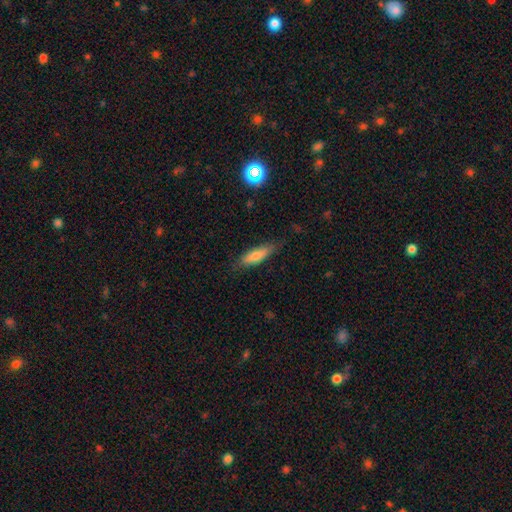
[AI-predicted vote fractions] smooth-or-featured: smooth: 68% | featured or disk: 24% | star or artifact: 8%
  how-rounded: cigar-shaped: 59% | in between: 38% | round: 2%
  merging: none: 79% | minor disturbance: 17% | major disturbance: 3% | merger: 1%